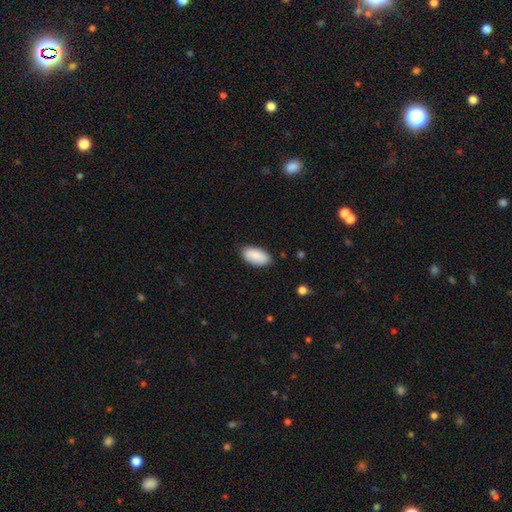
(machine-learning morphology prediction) This appears to be a smooth galaxy with no disk features (88%) that is in between round and cigar-shaped (95%). Merging: none (84%).